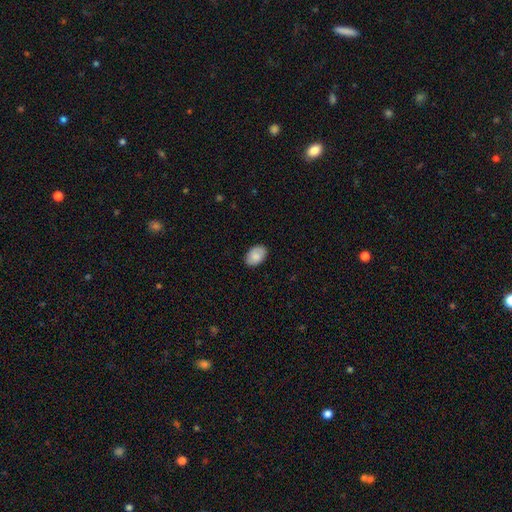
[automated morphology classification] Smooth or featured? Predicted: smooth (p=0.81). How rounded? Predicted: in between (p=0.87). Merging? Predicted: none (p=0.86).